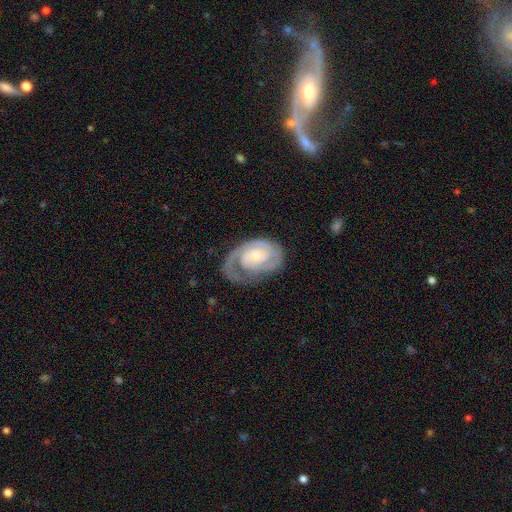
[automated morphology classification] Smooth or featured: featured or disk — 83% (smooth — 13%)
Edge-on disk: no — 97% (yes — 3%)
Bar: no — 72% (weak — 23%)
Spiral arms: yes — 94% (no — 6%)
Spiral winding: tight — 64% (medium — 28%)
Spiral arm count: 2 — 39% (1 — 32%)
Bulge size: small — 62% (moderate — 29%)
Merging: none — 58% (minor disturbance — 22%)